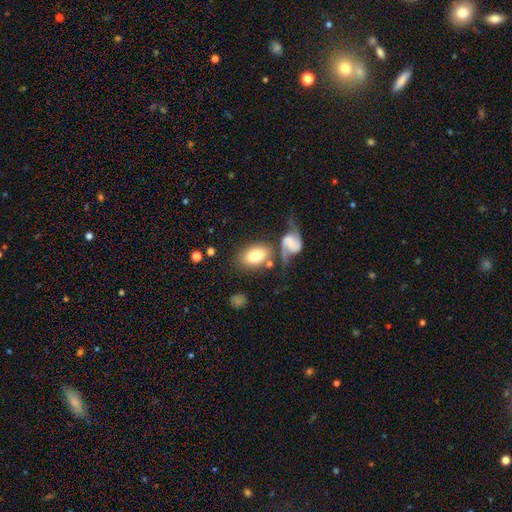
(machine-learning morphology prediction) smooth 74%, featured or disk 19%, star or artifact 7%. Down the decision tree: how rounded — in between (85%); merging — none (53%).